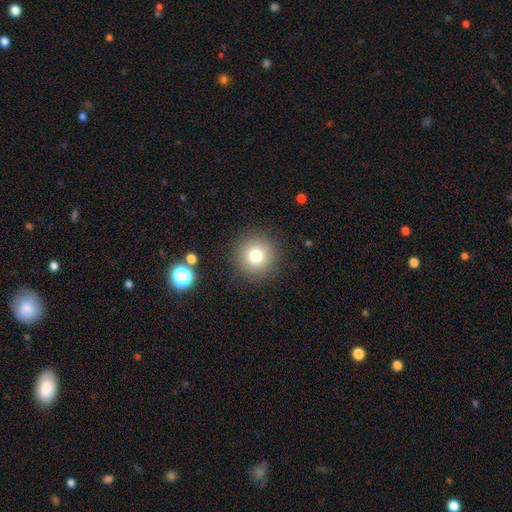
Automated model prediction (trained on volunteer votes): This is likely a smooth galaxy (77%). How rounded: clearly round (95%). Merging: clearly none (89%).